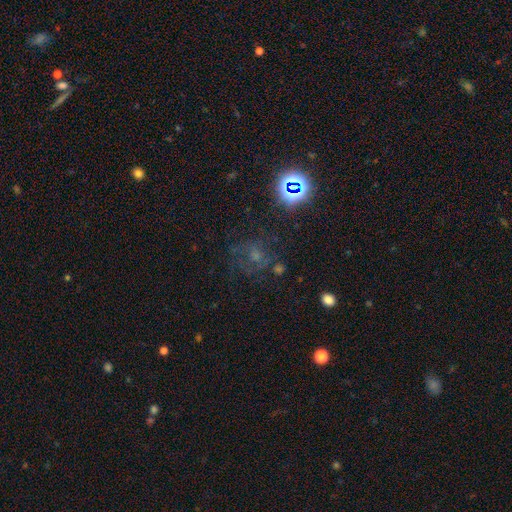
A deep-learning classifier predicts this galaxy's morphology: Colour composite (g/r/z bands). It shows a star or artifact, not a galaxy (54%).